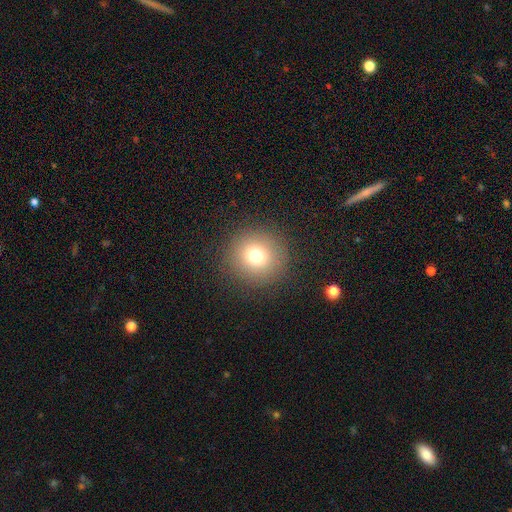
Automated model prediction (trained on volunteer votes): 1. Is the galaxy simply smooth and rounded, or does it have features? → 76% smooth, 15% star or artifact, 10% featured or disk.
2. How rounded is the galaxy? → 94% round, 5% in between, 1% cigar-shaped.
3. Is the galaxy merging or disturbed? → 89% none, 6% minor disturbance, 3% major disturbance, 1% merger.